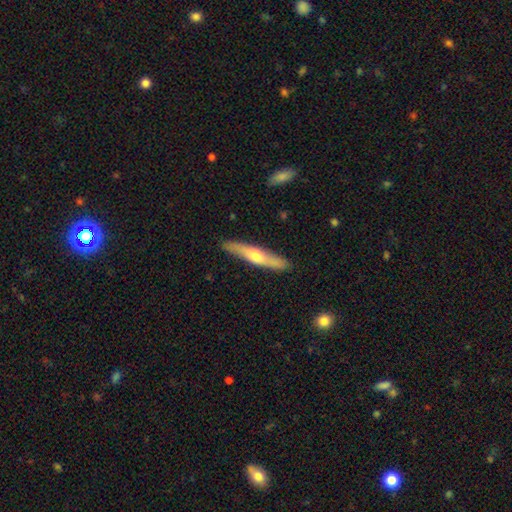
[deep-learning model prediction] smooth-or-featured: featured or disk: 52% | smooth: 43% | star or artifact: 5%
  disk-edge-on: yes: 89% | no: 11%
  merging: none: 87% | minor disturbance: 10% | major disturbance: 2% | merger: 1%